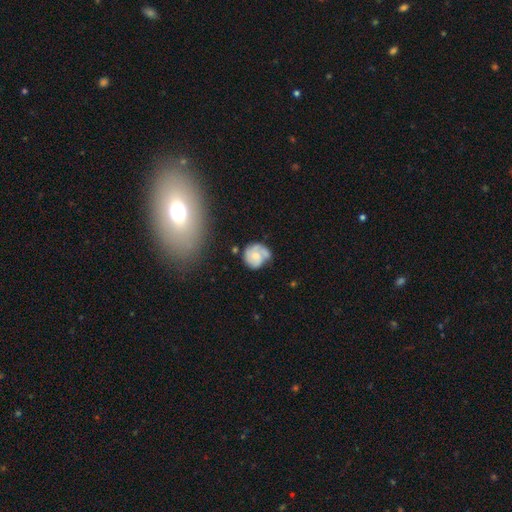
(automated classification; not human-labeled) This appears to be a featured or disk galaxy (58%) with no bar (75%), spiral arms (81%) and a small central bulge (45%). Merging: none (51%).